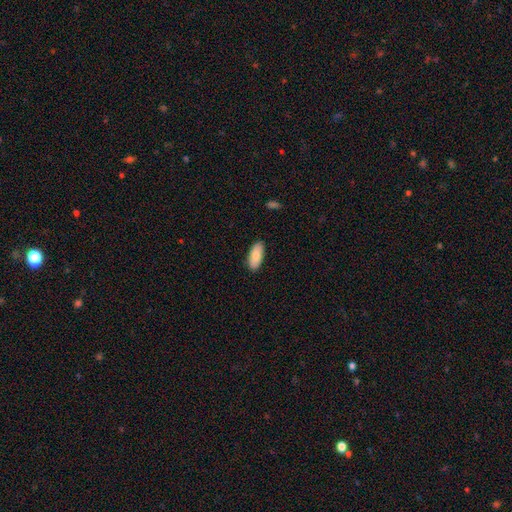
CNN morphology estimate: smooth-or-featured: smooth: 84% | featured or disk: 10% | star or artifact: 6%
  how-rounded: in between: 87% | cigar-shaped: 11% | round: 2%
  merging: none: 88% | minor disturbance: 9% | major disturbance: 2% | merger: 1%